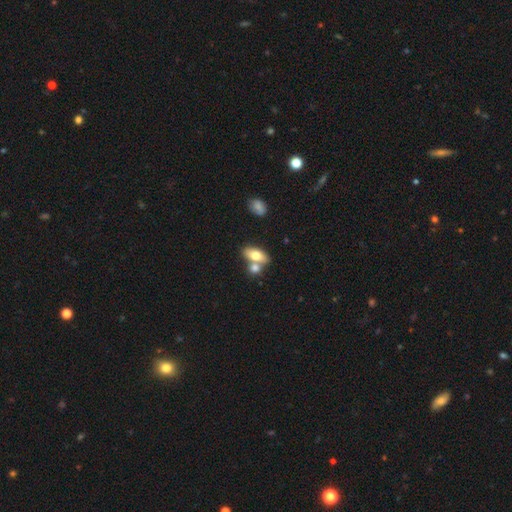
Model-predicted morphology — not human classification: Smooth or featured? smooth (69%)
How rounded? in between (83%)
Merging? merger (46%)